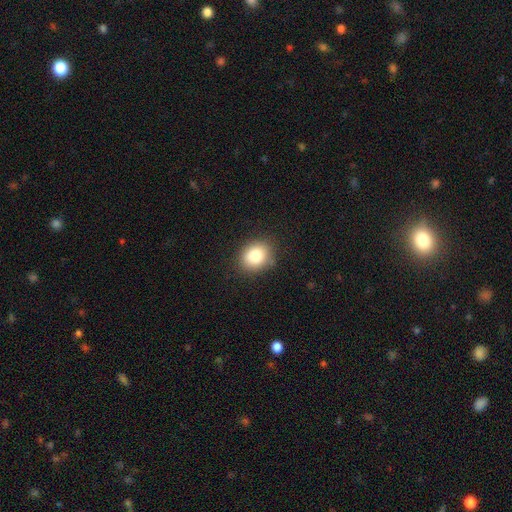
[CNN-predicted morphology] smooth 82%, star or artifact 10%, featured or disk 8%. Down the decision tree: how rounded — round (58%); merging — none (84%).